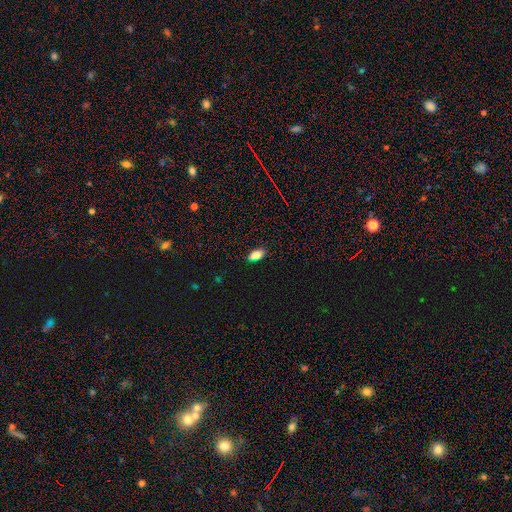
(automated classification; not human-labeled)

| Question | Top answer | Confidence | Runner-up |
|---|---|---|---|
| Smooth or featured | smooth | 83% | star or artifact (10%) |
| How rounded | in between | 89% | cigar-shaped (7%) |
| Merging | none | 87% | minor disturbance (10%) |